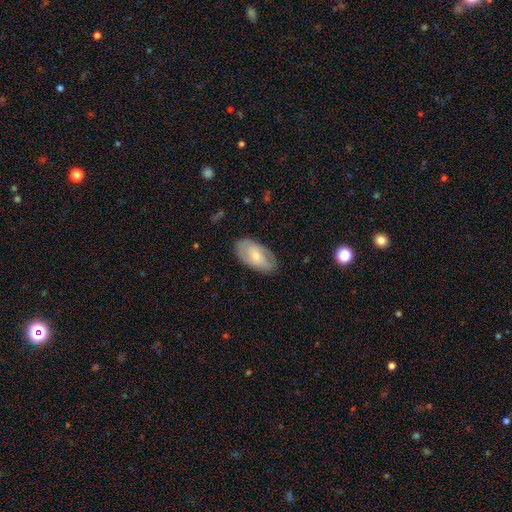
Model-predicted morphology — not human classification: Smooth or featured?
  - smooth: 50% *
  - featured or disk: 45%
  - star or artifact: 6%
Merging?
  - none: 79% *
  - minor disturbance: 16%
  - major disturbance: 4%
  - merger: 1%